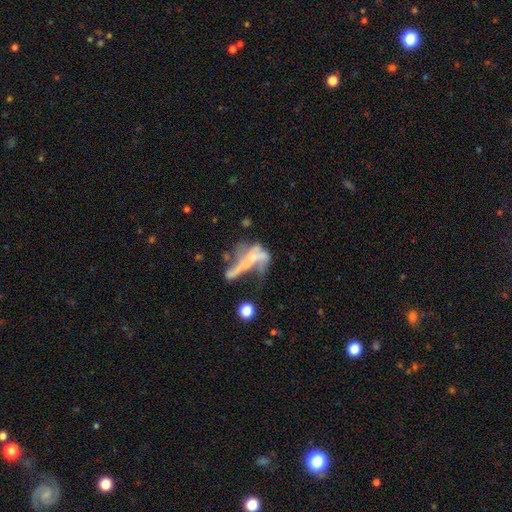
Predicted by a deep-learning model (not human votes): smooth-or-featured: featured or disk: 57% | smooth: 28% | star or artifact: 14%
  disk-edge-on: no: 85% | yes: 15%
  merging: major disturbance: 40% | merger: 28% | none: 20% | minor disturbance: 12%